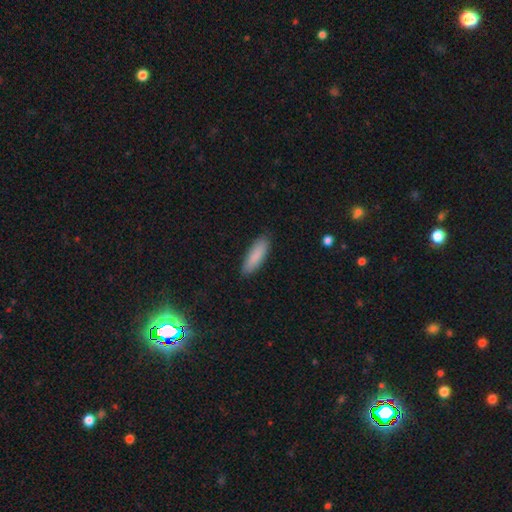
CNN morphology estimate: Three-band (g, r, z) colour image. It shows a smooth galaxy with no disk features (87%) that is cigar-shaped (53%). Merging: none (87%).